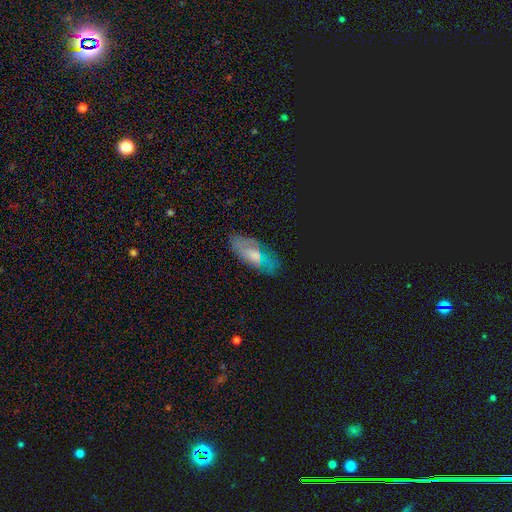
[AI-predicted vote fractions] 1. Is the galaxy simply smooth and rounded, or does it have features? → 48% smooth, 37% featured or disk, 15% star or artifact.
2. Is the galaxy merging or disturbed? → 67% none, 22% minor disturbance, 8% major disturbance, 2% merger.